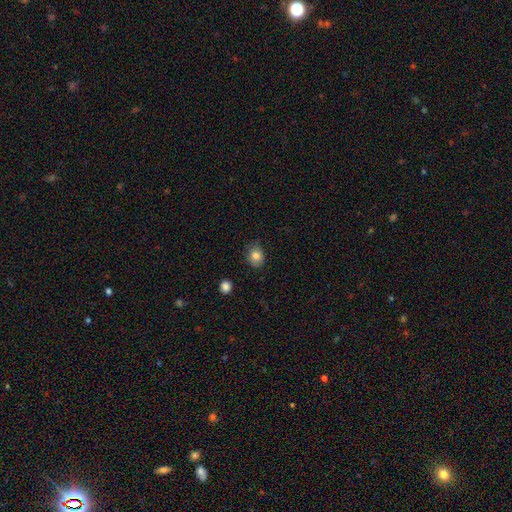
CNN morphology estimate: This appears to be a smooth galaxy with no disk features (83%) that is round (58%). Merging: none (78%).